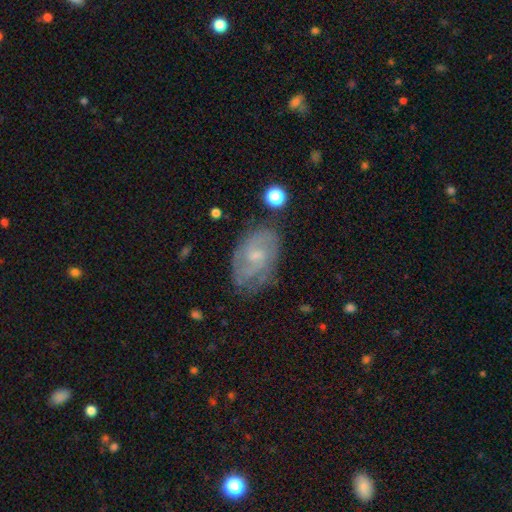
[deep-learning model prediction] Smooth or featured? Predicted: featured or disk (p=0.71). Edge-on disk? Predicted: no (p=0.96). Bar? Predicted: no (p=0.53). Spiral arms? Predicted: yes (p=0.88). Spiral winding? Predicted: tight (p=0.45). Spiral arm count? Predicted: 2 (p=0.53). Bulge size? Predicted: small (p=0.54). Merging? Predicted: none (p=0.70).